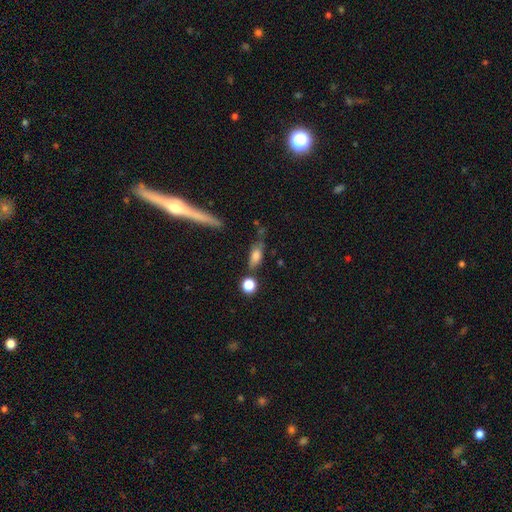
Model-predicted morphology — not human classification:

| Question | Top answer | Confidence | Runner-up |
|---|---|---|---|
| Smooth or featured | smooth | 67% | featured or disk (23%) |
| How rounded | in between | 61% | cigar-shaped (30%) |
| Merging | none | 54% | minor disturbance (23%) |